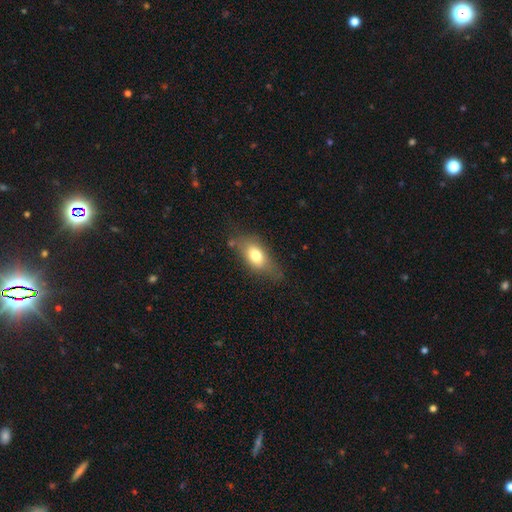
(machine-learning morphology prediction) smooth 72%, featured or disk 20%, star or artifact 8%. Down the decision tree: how rounded — in between (82%); merging — none (62%).